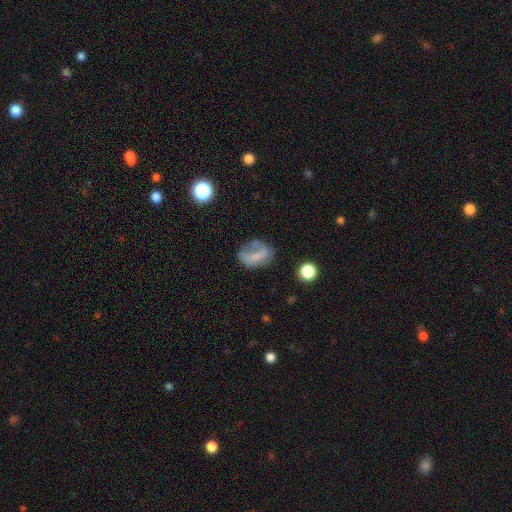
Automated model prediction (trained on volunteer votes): smooth 49%, featured or disk 38%, star or artifact 13%. Down the decision tree: merging — none (38%).